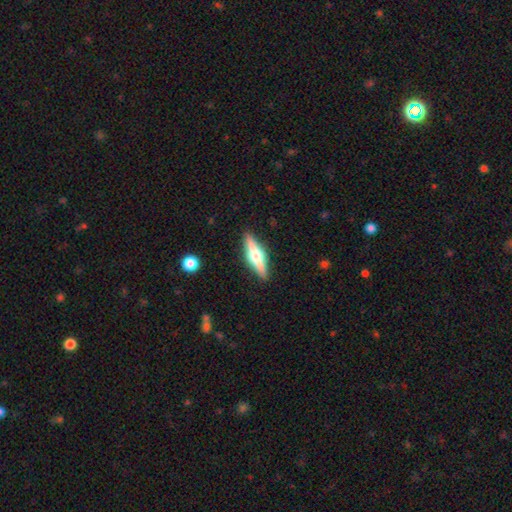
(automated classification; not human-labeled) This appears to be a featured or disk galaxy (65%) viewed edge-on (96%) with a rounded central bulge (93%). Merging: none (89%).